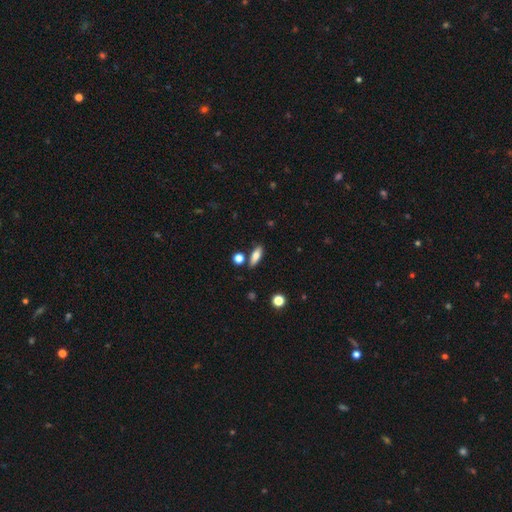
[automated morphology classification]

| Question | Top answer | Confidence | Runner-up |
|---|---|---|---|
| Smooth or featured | smooth | 73% | featured or disk (19%) |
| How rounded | in between | 59% | cigar-shaped (37%) |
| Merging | none | 81% | minor disturbance (11%) |